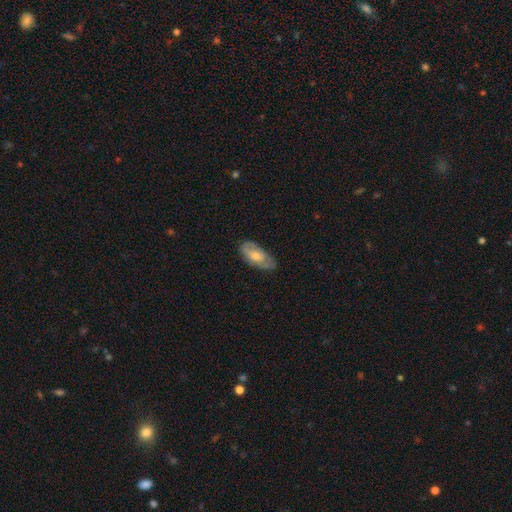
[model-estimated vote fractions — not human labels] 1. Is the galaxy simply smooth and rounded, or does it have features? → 48% featured or disk, 46% smooth, 7% star or artifact.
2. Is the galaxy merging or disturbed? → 72% none, 21% minor disturbance, 5% major disturbance, 1% merger.